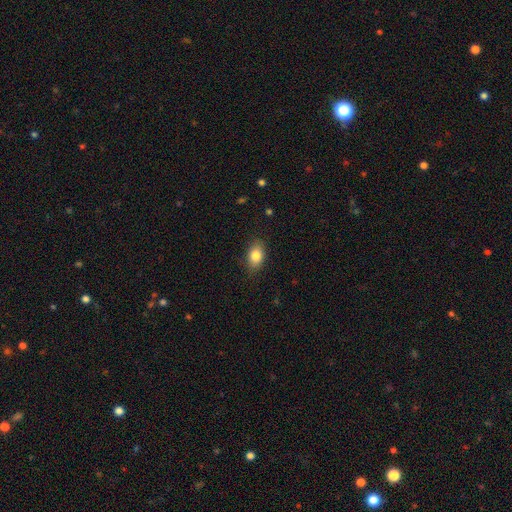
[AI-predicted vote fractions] This is clearly a smooth galaxy (83%). How rounded: clearly in between (84%). Merging: clearly none (83%).